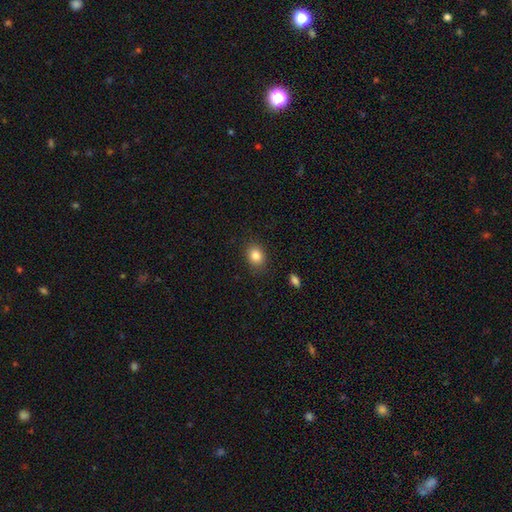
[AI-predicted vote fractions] smooth_or_featured: smooth (p=0.84) [alt: star or artifact p=0.10]
how_rounded: in between (p=0.52) [alt: round p=0.47]
merging: none (p=0.86) [alt: minor disturbance p=0.10]